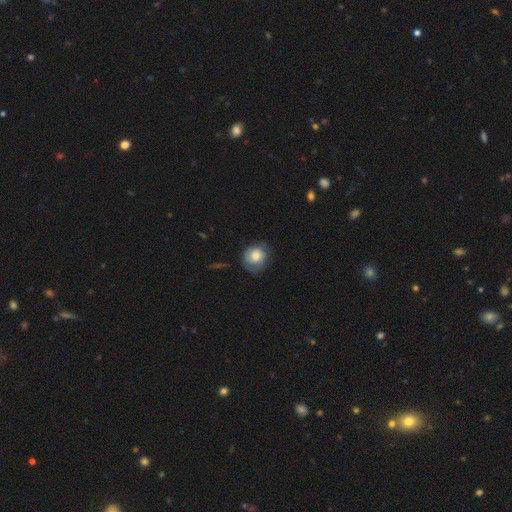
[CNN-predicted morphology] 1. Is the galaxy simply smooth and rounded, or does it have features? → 74% smooth, 18% featured or disk, 8% star or artifact.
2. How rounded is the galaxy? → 77% round, 22% in between, 1% cigar-shaped.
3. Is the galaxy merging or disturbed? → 58% none, 30% minor disturbance, 11% major disturbance, 2% merger.